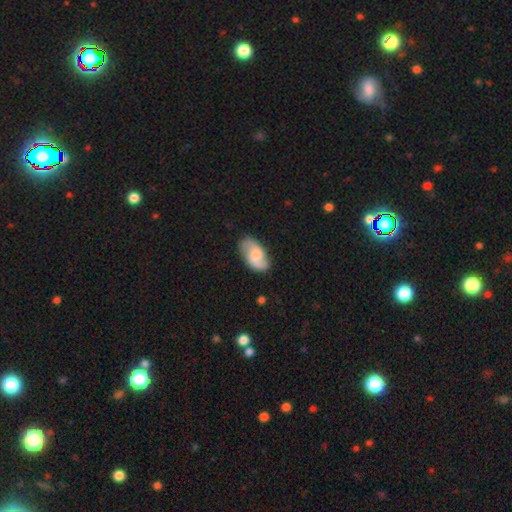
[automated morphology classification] A featured or disk galaxy (68%) with a weak bar (50%), 2 (88%) loose (48%) spiral arms (94%) and a moderate central bulge (41%). Merging: none (78%).